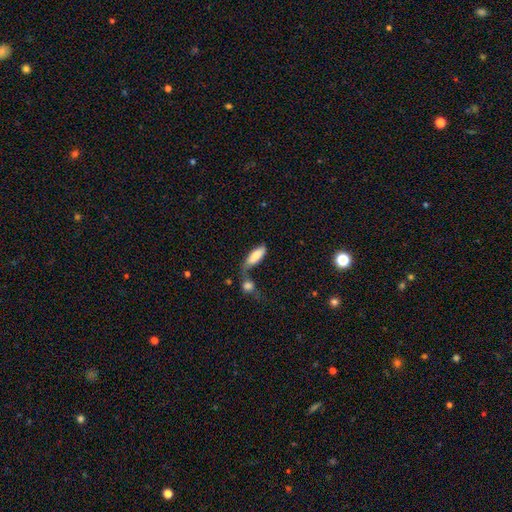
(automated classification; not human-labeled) A smooth galaxy with no disk features (79%) that is in between round and cigar-shaped (71%). Merging: merger (48%).